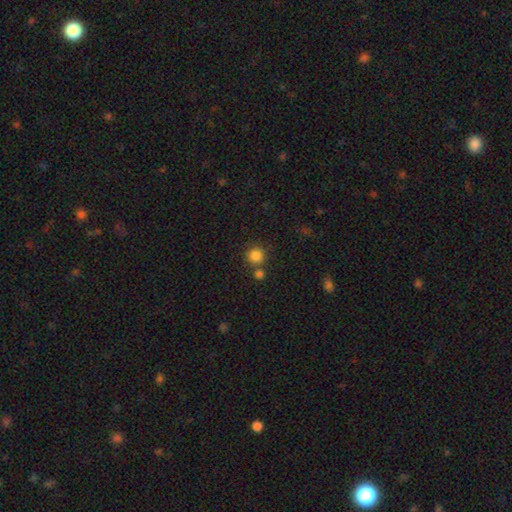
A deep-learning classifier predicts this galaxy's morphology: type=smooth (83%); roundness=round (93%); merging=none (71%).